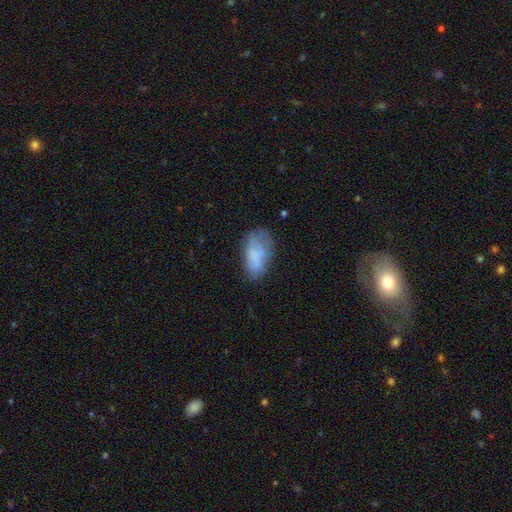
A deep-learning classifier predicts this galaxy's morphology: Overall: smooth (63%; featured or disk 27%). How rounded: in between (92%). Merging: none (51%; minor disturbance 29%).